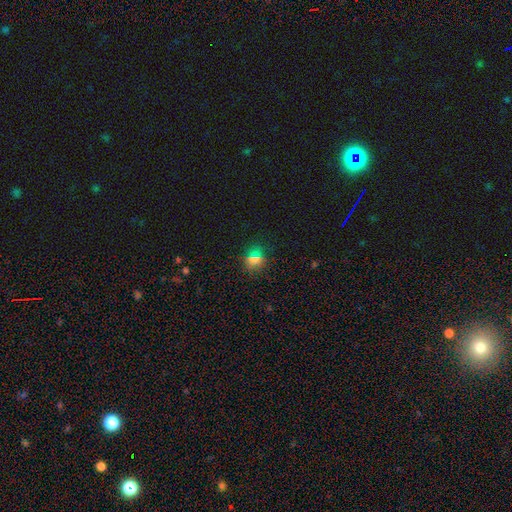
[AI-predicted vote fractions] The model was most divided on "smooth or featured": smooth: 62%, star or artifact: 30%, featured or disk: 8%. More confident: merging — none (87%); how rounded — round (82%).